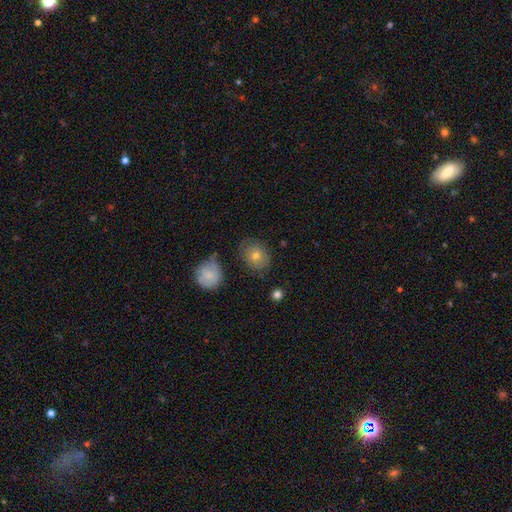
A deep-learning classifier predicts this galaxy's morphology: smooth-or-featured: smooth: 72% | featured or disk: 19% | star or artifact: 9%
  how-rounded: round: 63% | in between: 36% | cigar-shaped: 1%
  merging: none: 72% | minor disturbance: 19% | major disturbance: 6% | merger: 4%